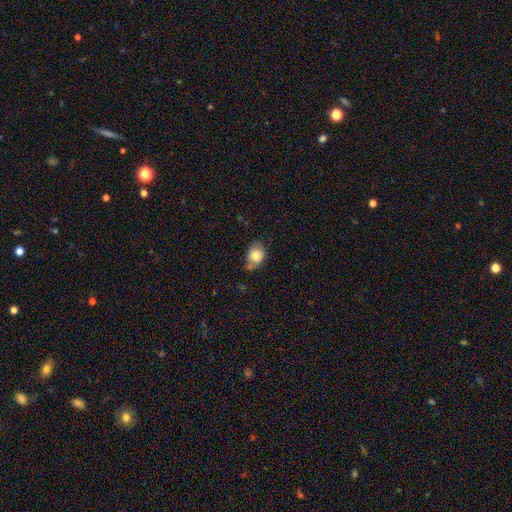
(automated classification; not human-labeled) Morphology: type=smooth (78%); roundness=in between (52%); merging=none (59%).